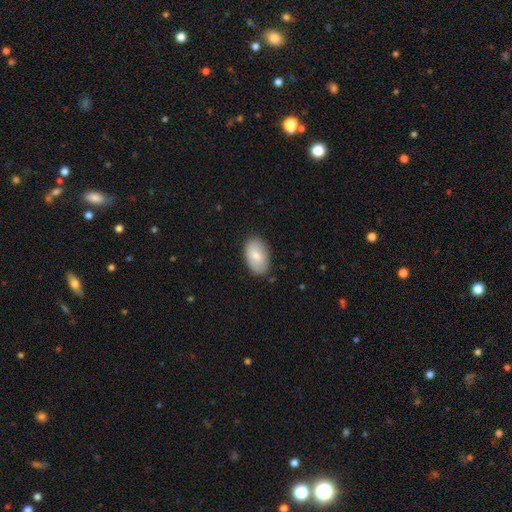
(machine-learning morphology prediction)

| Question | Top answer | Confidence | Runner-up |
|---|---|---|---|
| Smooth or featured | smooth | 81% | featured or disk (13%) |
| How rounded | in between | 94% | round (5%) |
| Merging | none | 82% | minor disturbance (14%) |